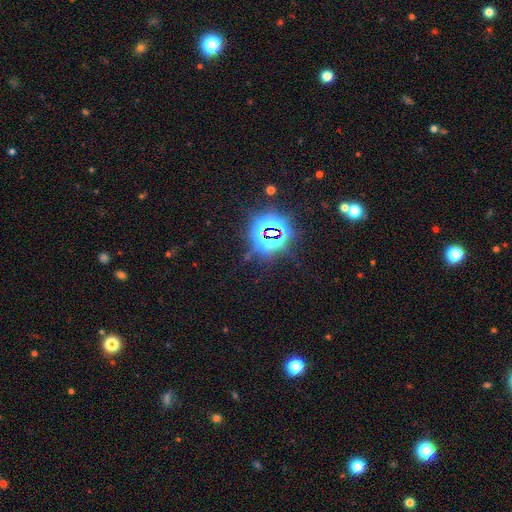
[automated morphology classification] This appears to be a star or artifact, not a galaxy (82%).